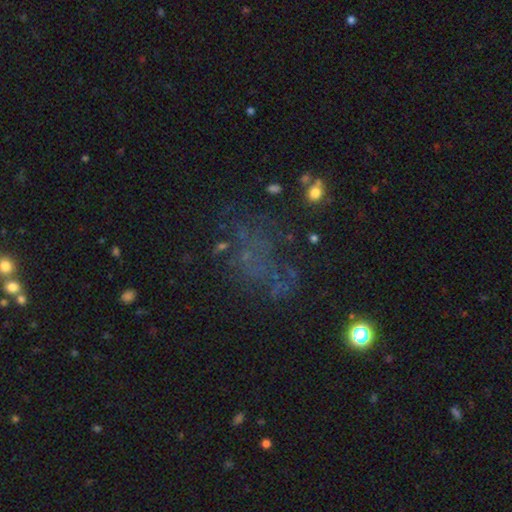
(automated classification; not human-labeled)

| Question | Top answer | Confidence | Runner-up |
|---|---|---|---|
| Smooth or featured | star or artifact | 44% | featured or disk (28%) |